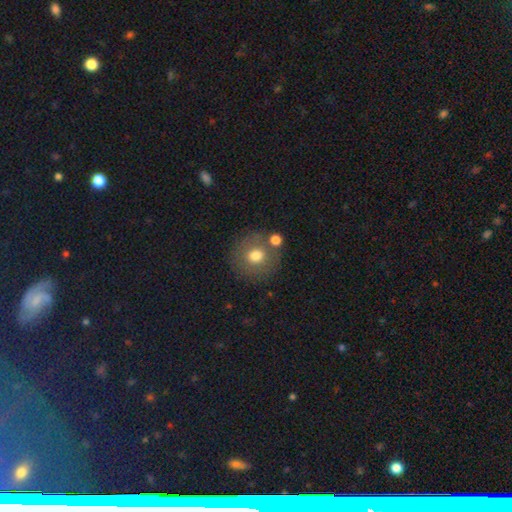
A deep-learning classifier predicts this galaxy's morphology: This appears to be a smooth galaxy with no disk features (72%) that is round (89%). Merging: none (74%).